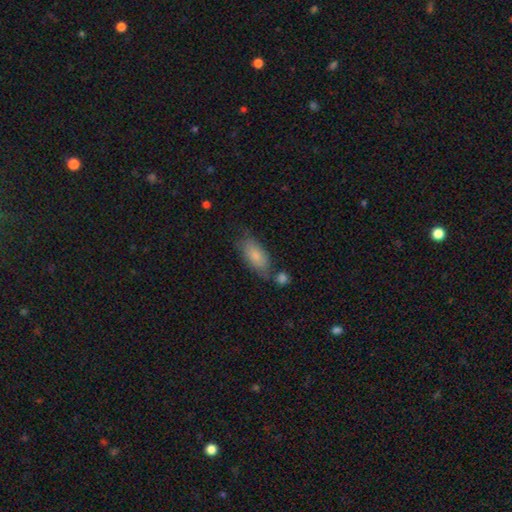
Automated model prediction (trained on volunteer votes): A smooth galaxy with no disk features (80%) that is in between round and cigar-shaped (87%). Merging: none (59%).